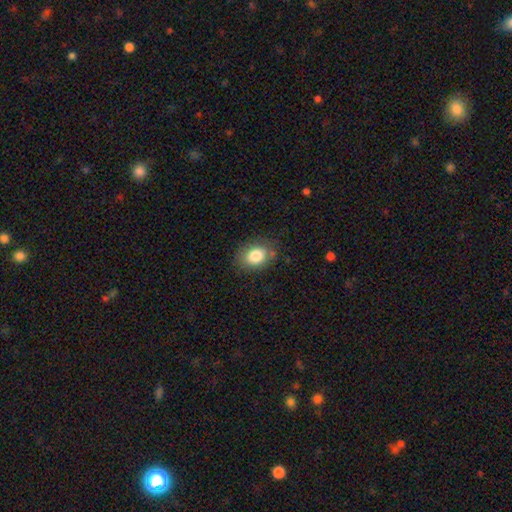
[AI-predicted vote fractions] Smooth or featured?
  - smooth: 82% *
  - featured or disk: 9%
  - star or artifact: 9%
How rounded?
  - in between: 68% *
  - round: 31%
  - cigar-shaped: 1%
Merging?
  - none: 80% *
  - minor disturbance: 15%
  - major disturbance: 4%
  - merger: 2%